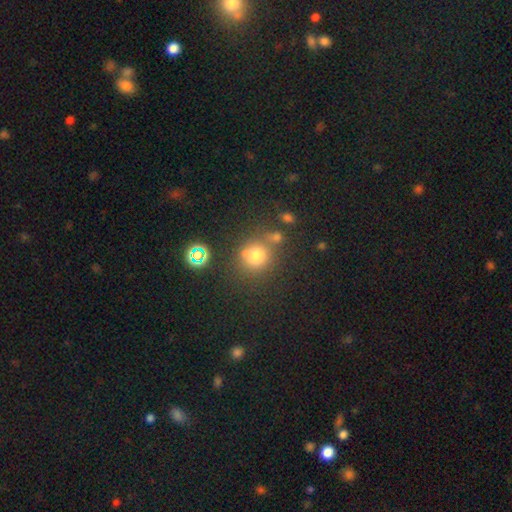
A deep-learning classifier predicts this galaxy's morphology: Smooth or featured?
  - smooth: 71% *
  - star or artifact: 20%
  - featured or disk: 9%
How rounded?
  - round: 88% *
  - in between: 11%
  - cigar-shaped: 1%
Merging?
  - none: 65% *
  - merger: 16%
  - minor disturbance: 12%
  - major disturbance: 6%